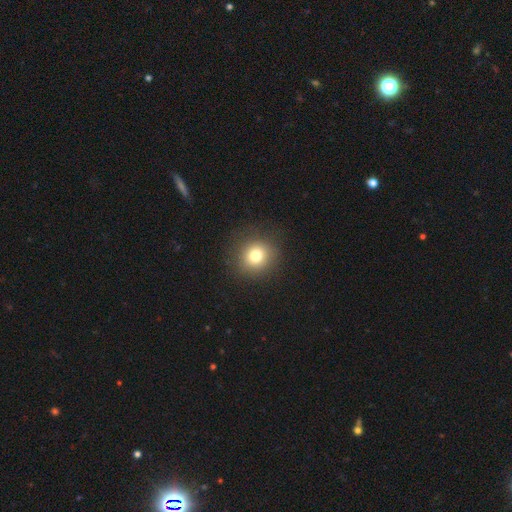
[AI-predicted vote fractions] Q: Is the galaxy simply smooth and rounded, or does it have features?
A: smooth — 78%.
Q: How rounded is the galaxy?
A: round — 89%.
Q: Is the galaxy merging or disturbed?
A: none — 88%.